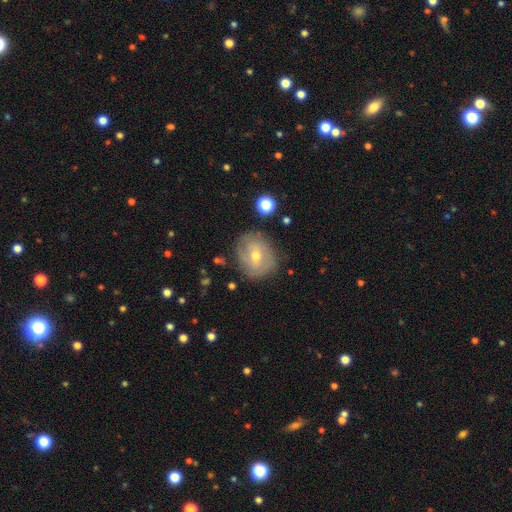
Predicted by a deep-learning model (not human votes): smooth_or_featured: featured or disk (p=0.59) [alt: smooth p=0.33]
disk_edge_on: no (p=0.95) [alt: yes p=0.05]
bar: no (p=0.46) [alt: weak p=0.41]
has_spiral_arms: yes (p=0.66) [alt: no p=0.34]
bulge_size: moderate (p=0.59) [alt: small p=0.37]
merging: none (p=0.75) [alt: minor disturbance p=0.17]